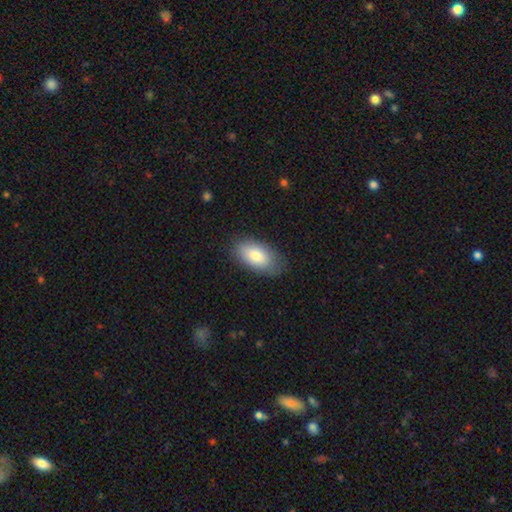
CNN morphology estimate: This is likely a smooth galaxy (80%). How rounded: clearly in between (93%). Merging: clearly none (81%).